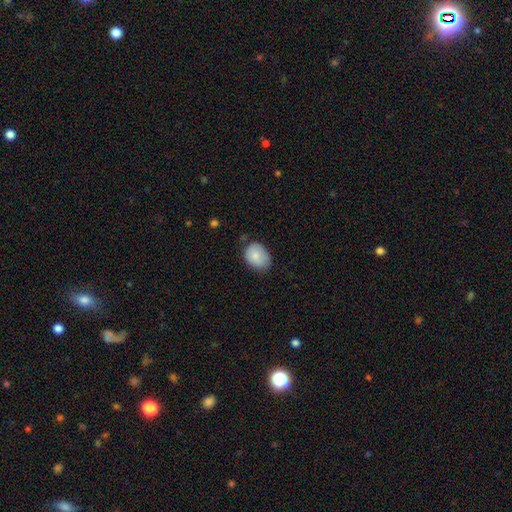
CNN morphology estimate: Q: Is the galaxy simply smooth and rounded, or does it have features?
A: smooth — 79%.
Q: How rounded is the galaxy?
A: in between — 68%.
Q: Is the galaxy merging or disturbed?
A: none — 61%.